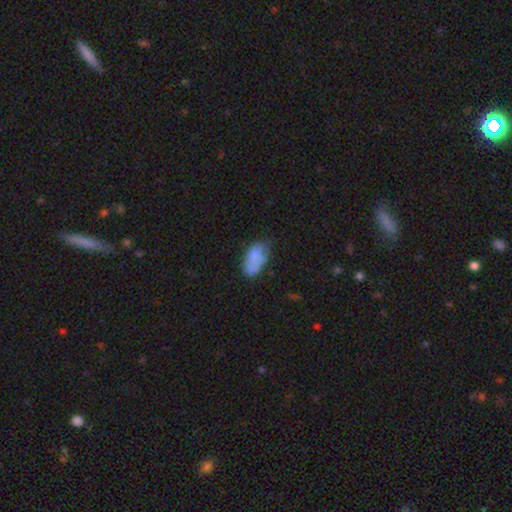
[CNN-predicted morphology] Overall: smooth (73%). How rounded: in between (92%). Merging: none (44%; minor disturbance 34%).